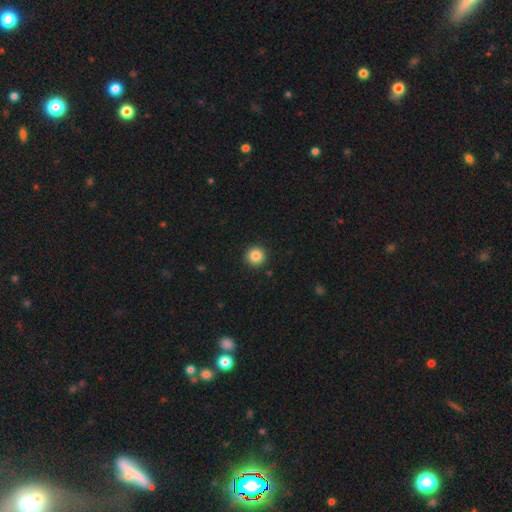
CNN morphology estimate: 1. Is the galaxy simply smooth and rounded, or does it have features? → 86% smooth, 10% star or artifact, 4% featured or disk.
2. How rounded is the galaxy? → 96% round, 3% in between, 1% cigar-shaped.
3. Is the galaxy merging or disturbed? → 93% none, 5% minor disturbance, 2% major disturbance, 1% merger.